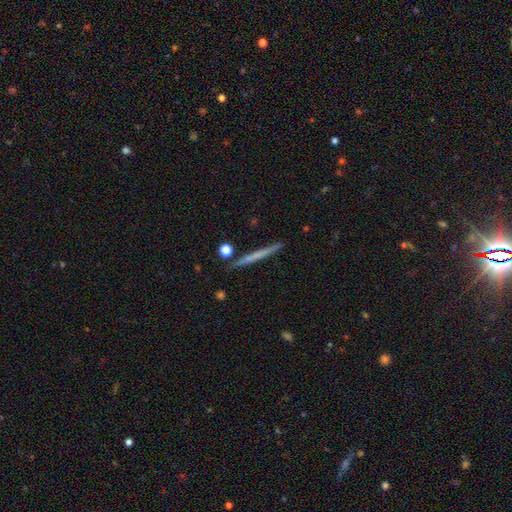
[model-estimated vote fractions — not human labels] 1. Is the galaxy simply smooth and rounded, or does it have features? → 48% smooth, 46% featured or disk, 6% star or artifact.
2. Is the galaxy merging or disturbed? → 90% none, 7% minor disturbance, 2% merger, 1% major disturbance.